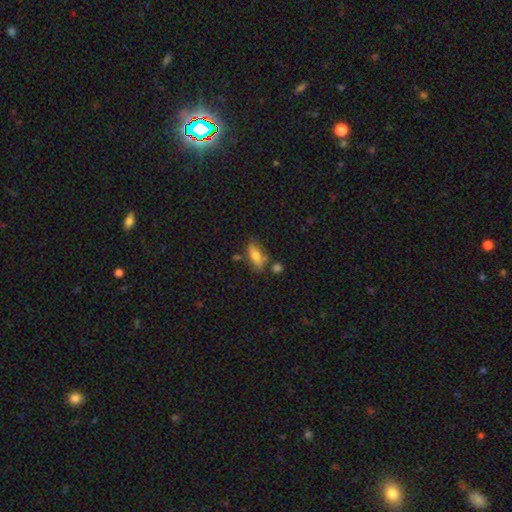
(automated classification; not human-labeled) smooth-or-featured: smooth: 65% | featured or disk: 27% | star or artifact: 8%
  how-rounded: in between: 71% | cigar-shaped: 25% | round: 4%
  merging: none: 63% | minor disturbance: 19% | merger: 12% | major disturbance: 6%